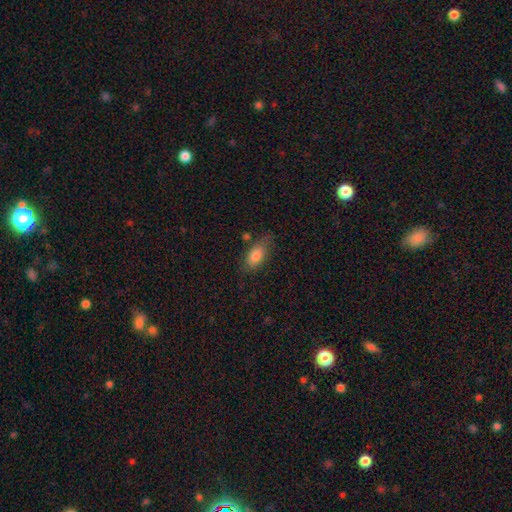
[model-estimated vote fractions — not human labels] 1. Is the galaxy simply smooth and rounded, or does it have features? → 80% smooth, 12% featured or disk, 8% star or artifact.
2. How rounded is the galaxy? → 87% in between, 9% cigar-shaped, 5% round.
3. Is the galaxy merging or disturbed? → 63% none, 25% minor disturbance, 8% major disturbance, 4% merger.